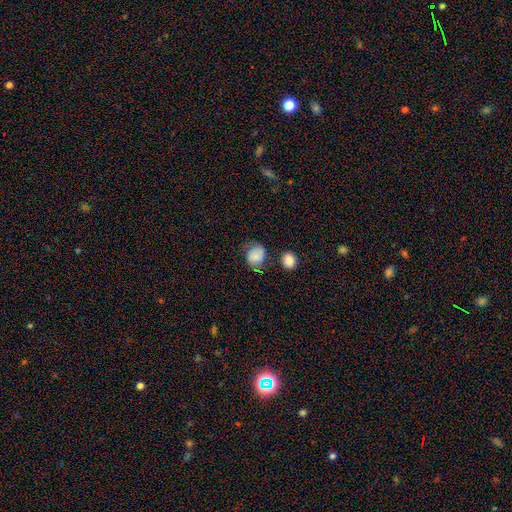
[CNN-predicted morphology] The model was most divided on "how rounded": round: 64%, in between: 35%, cigar-shaped: 1%. More confident: smooth or featured — smooth (71%); merging — none (59%).